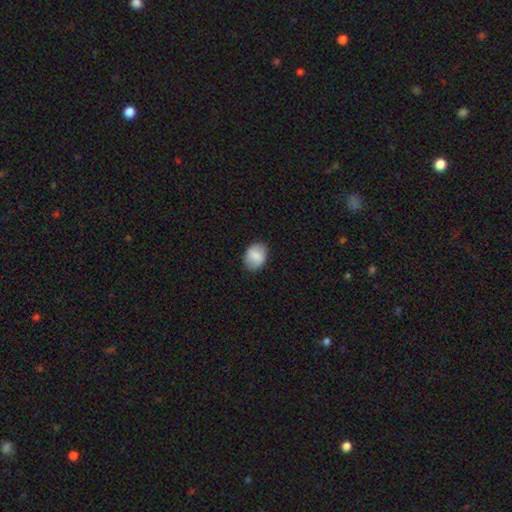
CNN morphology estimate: Overall: smooth (81%). How rounded: in between (63%; round 35%). Merging: none (83%).